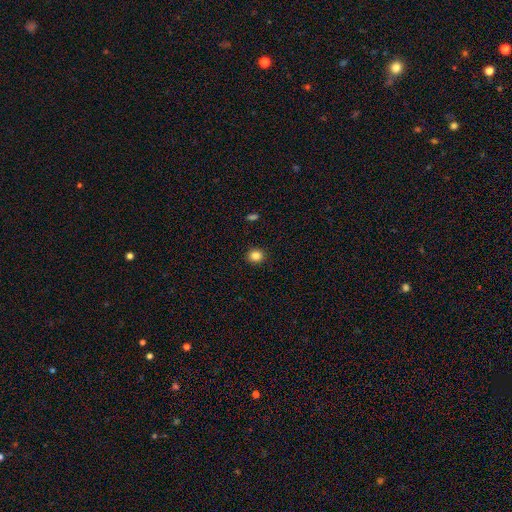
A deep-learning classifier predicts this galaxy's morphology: A smooth galaxy with no disk features (85%) that is round (84%).

Vote fractions:
- Smooth or featured? smooth: 85% / star or artifact: 11% / featured or disk: 4%
- How rounded? round: 84% / in between: 15% / cigar-shaped: 1%
- Merging? none: 92% / minor disturbance: 5% / major disturbance: 2% / merger: 1%